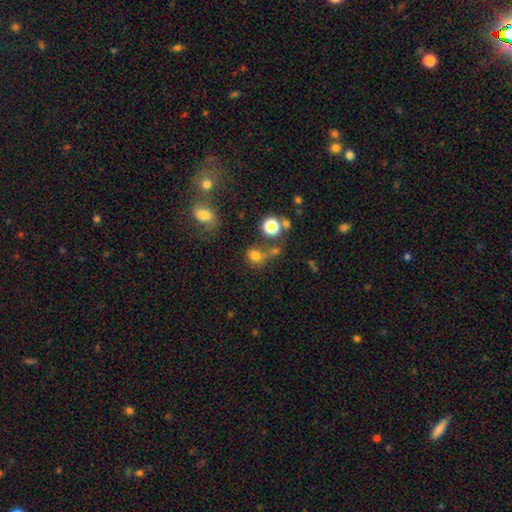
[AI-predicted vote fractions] Smooth or featured? smooth (74%)
How rounded? round (65%)
Merging? none (53%)